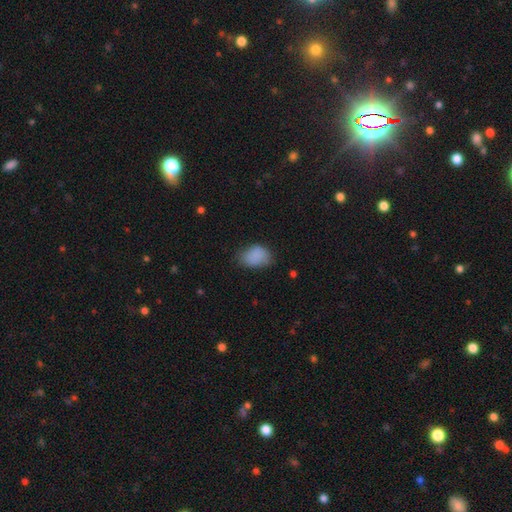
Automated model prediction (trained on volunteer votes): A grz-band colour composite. It shows a smooth galaxy with no disk features (85%) that is in between round and cigar-shaped (80%). Merging: none (61%).